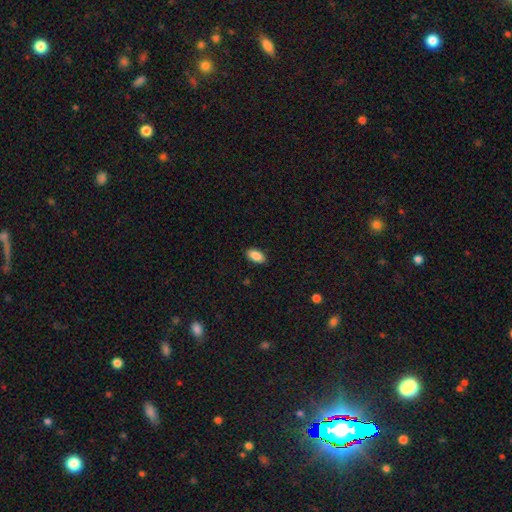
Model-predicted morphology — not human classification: The model was most divided on "smooth or featured": smooth: 88%, star or artifact: 7%, featured or disk: 4%. More confident: how rounded — in between (94%); merging — none (89%).